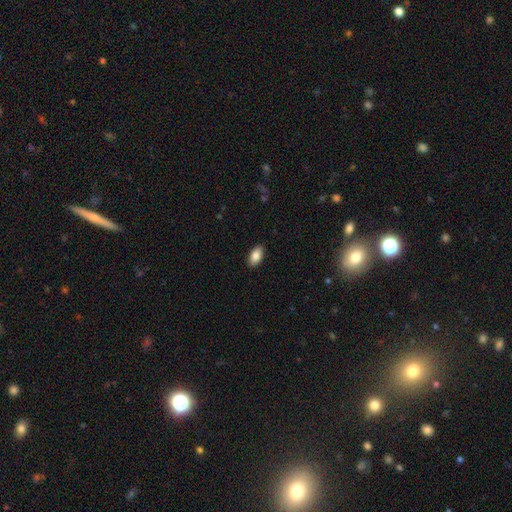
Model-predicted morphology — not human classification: Smooth or featured? Predicted: smooth (p=0.86). How rounded? Predicted: in between (p=0.93). Merging? Predicted: none (p=0.90).